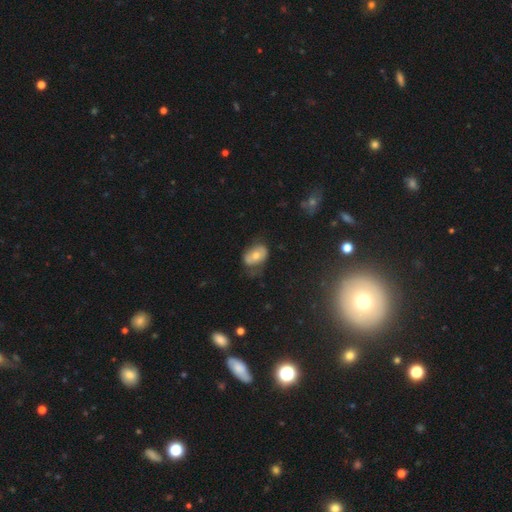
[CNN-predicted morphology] A smooth galaxy with no disk features (56%) that is in between round and cigar-shaped (84%). Merging: none (52%).